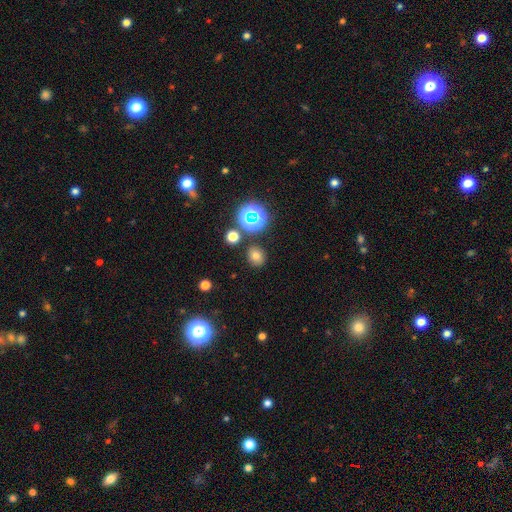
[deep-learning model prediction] This is likely a smooth galaxy (68%). How rounded: likely round (73%). Merging: clearly none (84%).